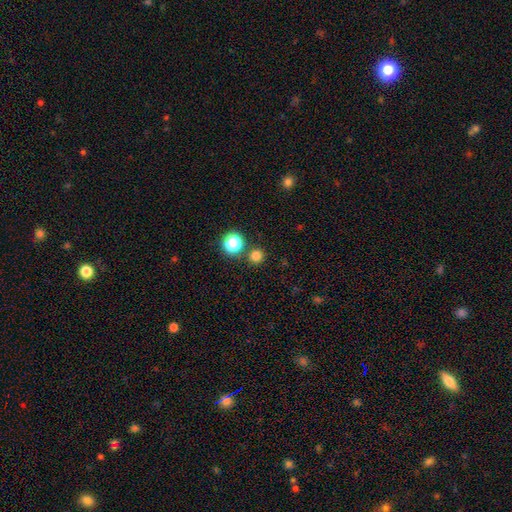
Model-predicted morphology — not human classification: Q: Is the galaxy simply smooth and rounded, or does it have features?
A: smooth — 78%.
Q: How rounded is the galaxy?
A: round — 93%.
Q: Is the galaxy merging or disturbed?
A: none — 82%.